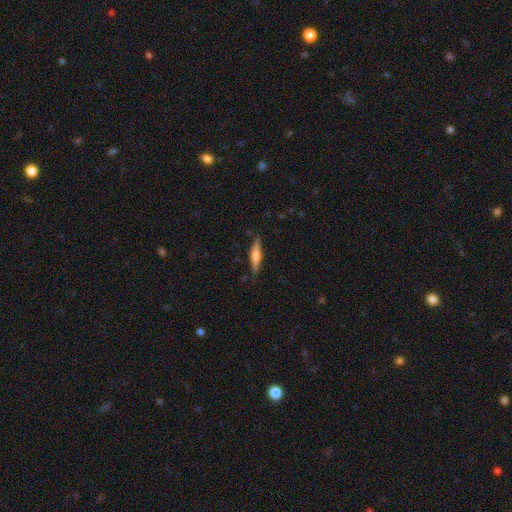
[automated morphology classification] featured or disk 49%, smooth 45%, star or artifact 6%. Down the decision tree: merging — none (86%).